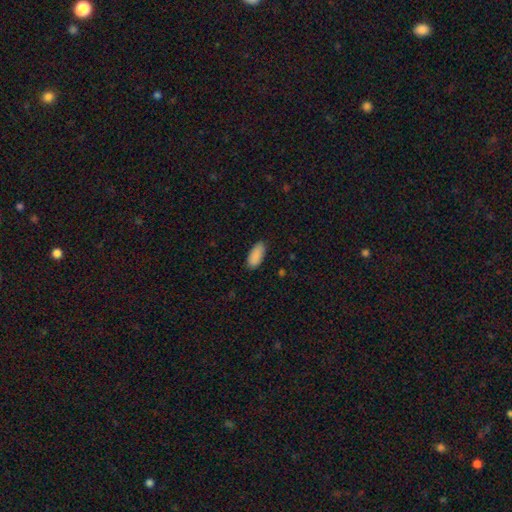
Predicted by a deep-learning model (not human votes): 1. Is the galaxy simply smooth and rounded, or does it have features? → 90% smooth, 6% star or artifact, 4% featured or disk.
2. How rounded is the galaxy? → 89% in between, 10% cigar-shaped, 2% round.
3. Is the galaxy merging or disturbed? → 85% none, 12% minor disturbance, 2% major disturbance, 1% merger.